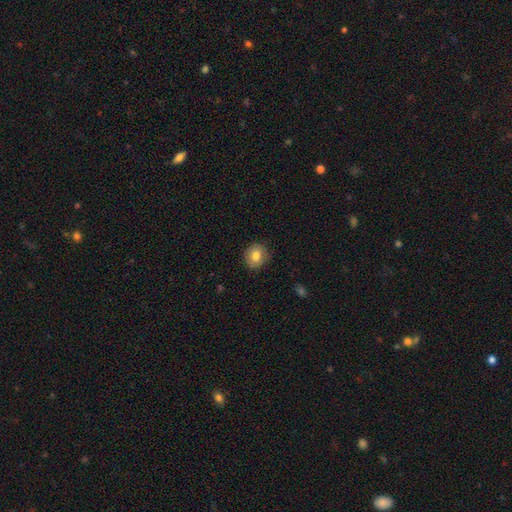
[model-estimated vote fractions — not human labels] A smooth galaxy with no disk features (78%) that is round (83%).

Vote fractions:
- Smooth or featured? smooth: 78% / featured or disk: 14% / star or artifact: 8%
- How rounded? round: 83% / in between: 16% / cigar-shaped: 1%
- Merging? none: 85% / minor disturbance: 12% / major disturbance: 2% / merger: 1%